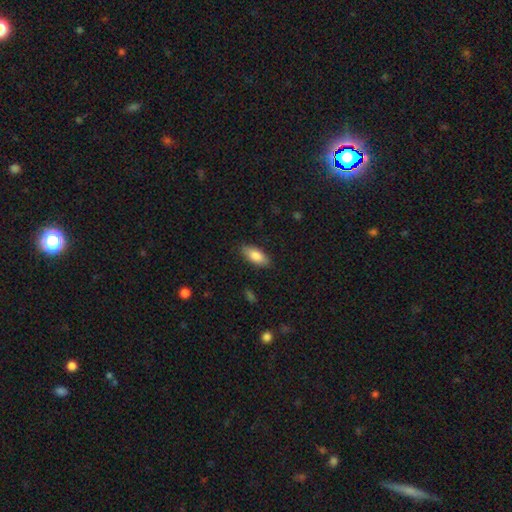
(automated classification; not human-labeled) smooth_or_featured: smooth (p=0.84) [alt: featured or disk p=0.09]
how_rounded: in between (p=0.84) [alt: cigar-shaped p=0.14]
merging: none (p=0.86) [alt: minor disturbance p=0.11]